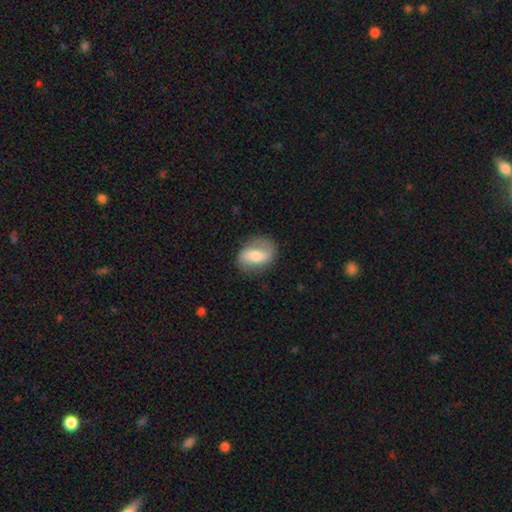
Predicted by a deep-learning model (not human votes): This is possibly a featured or disk galaxy (48%). Merging: likely none (74%).